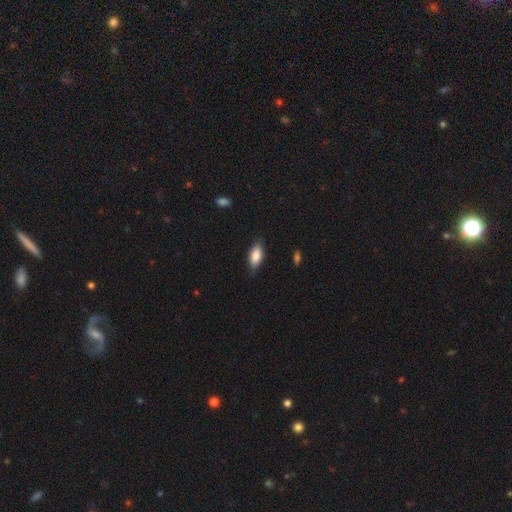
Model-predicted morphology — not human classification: A smooth galaxy with no disk features (85%) that is in between round and cigar-shaped (89%). Merging: none (80%).